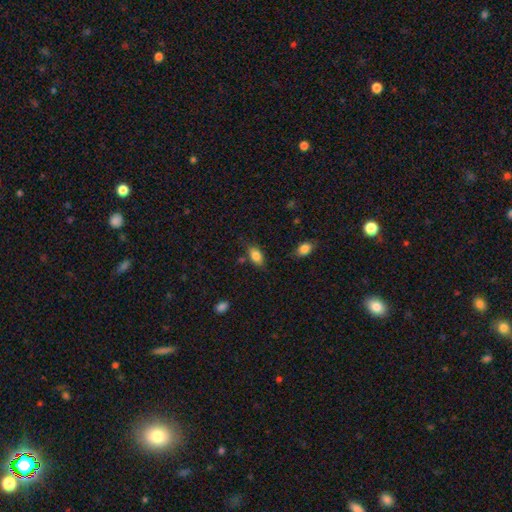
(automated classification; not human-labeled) A smooth galaxy with no disk features (84%) that is in between round and cigar-shaped (89%).

Vote fractions:
- Smooth or featured? smooth: 84% / star or artifact: 8% / featured or disk: 8%
- How rounded? in between: 89% / round: 6% / cigar-shaped: 5%
- Merging? none: 70% / minor disturbance: 20% / major disturbance: 5% / merger: 5%